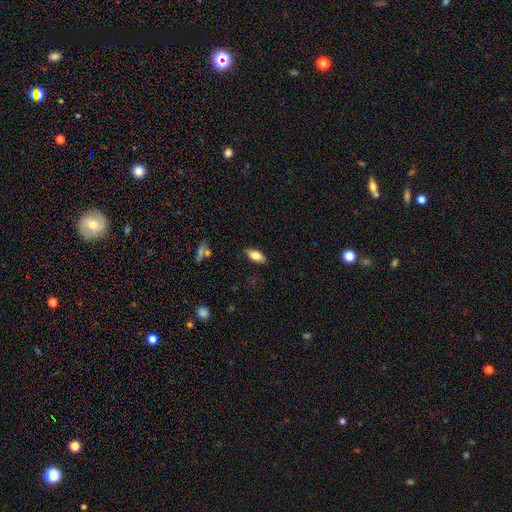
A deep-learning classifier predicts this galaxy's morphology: Smooth or featured?
  - smooth: 77% *
  - featured or disk: 16%
  - star or artifact: 7%
How rounded?
  - in between: 86% *
  - cigar-shaped: 11%
  - round: 3%
Merging?
  - none: 86% *
  - minor disturbance: 11%
  - major disturbance: 2%
  - merger: 1%